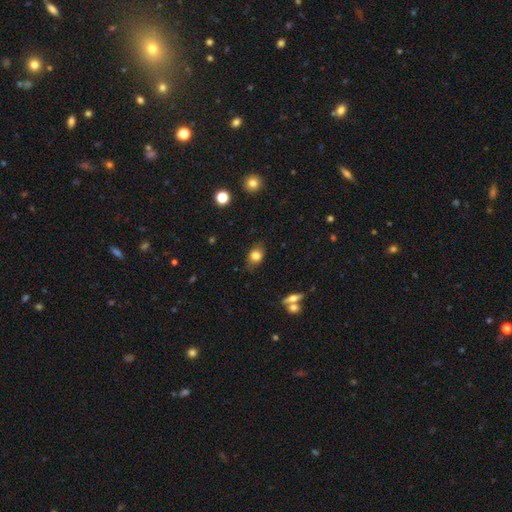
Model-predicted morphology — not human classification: type=smooth (79%); roundness=in between (72%); merging=none (79%).